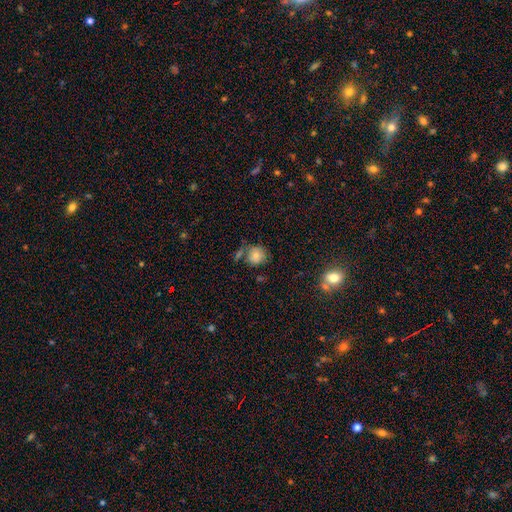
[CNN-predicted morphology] type=smooth (77%); roundness=round (86%); merging=none (59%).